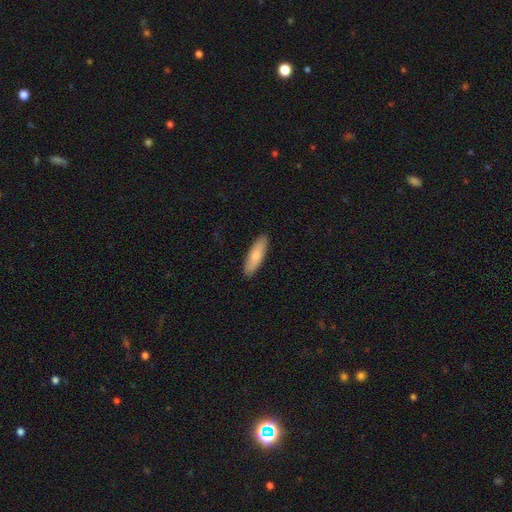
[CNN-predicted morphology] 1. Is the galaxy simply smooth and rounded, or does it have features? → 81% smooth, 14% featured or disk, 5% star or artifact.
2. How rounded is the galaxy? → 55% cigar-shaped, 43% in between, 2% round.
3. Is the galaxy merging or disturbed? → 89% none, 8% minor disturbance, 2% major disturbance, 1% merger.